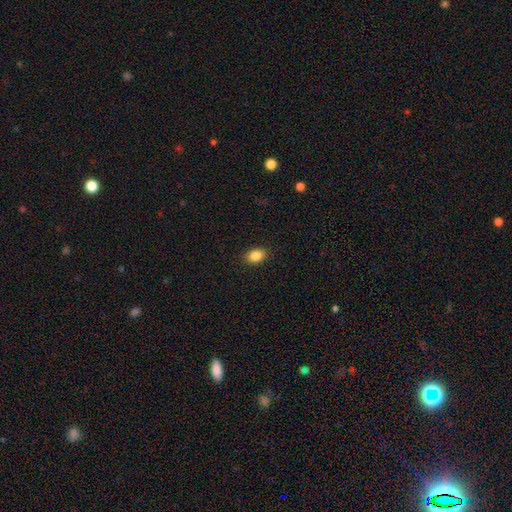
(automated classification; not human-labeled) This appears to be a smooth galaxy with no disk features (86%) that is in between round and cigar-shaped (79%). Merging: none (89%).